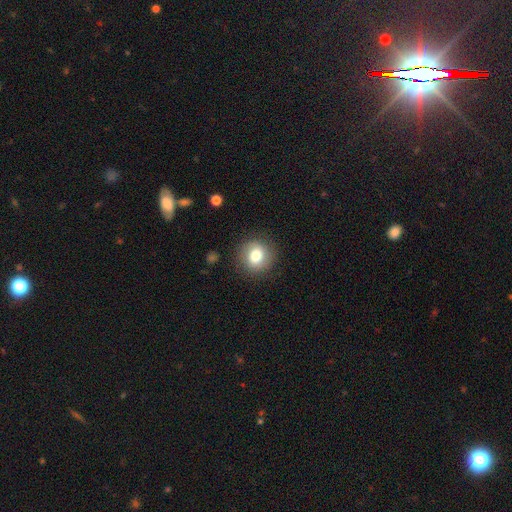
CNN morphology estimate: This is likely a smooth galaxy (73%). How rounded: clearly round (89%). Merging: clearly none (85%).